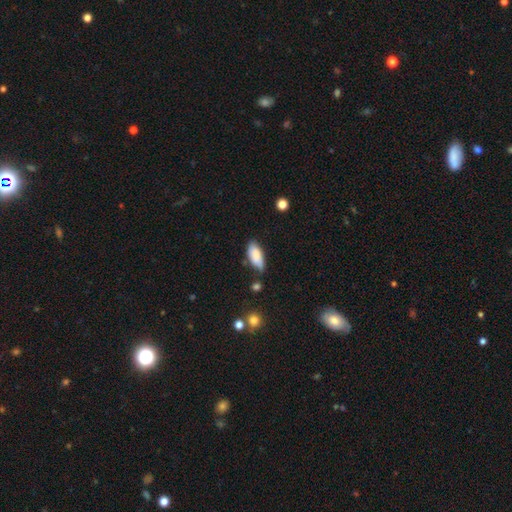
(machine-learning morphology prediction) This appears to be a smooth galaxy with no disk features (82%) that is in between round and cigar-shaped (84%). Merging: none (62%).